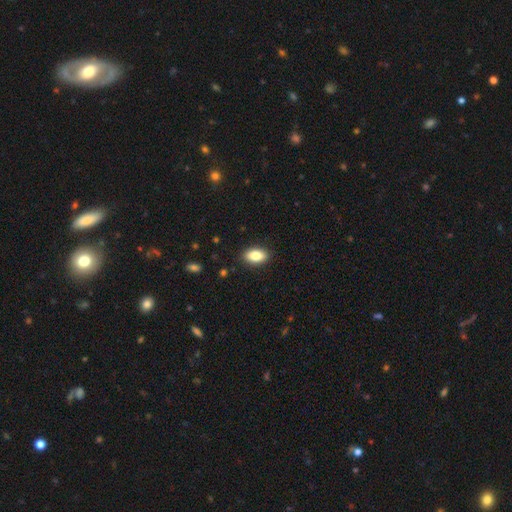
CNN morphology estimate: Smooth or featured?
  - smooth: 84% *
  - featured or disk: 8%
  - star or artifact: 7%
How rounded?
  - in between: 91% *
  - round: 6%
  - cigar-shaped: 3%
Merging?
  - none: 89% *
  - minor disturbance: 8%
  - major disturbance: 2%
  - merger: 1%